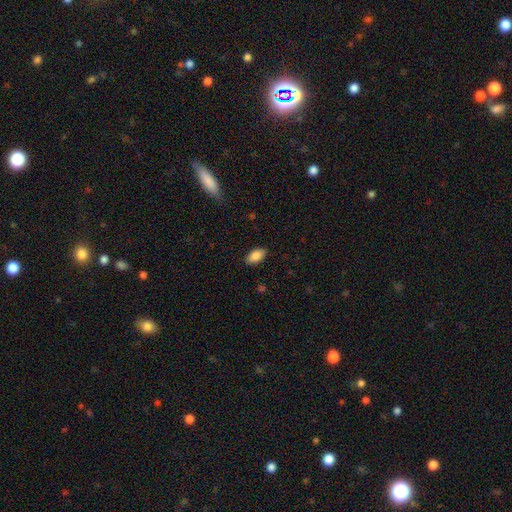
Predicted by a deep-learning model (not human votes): Overall: smooth (87%). How rounded: in between (93%). Merging: none (87%).